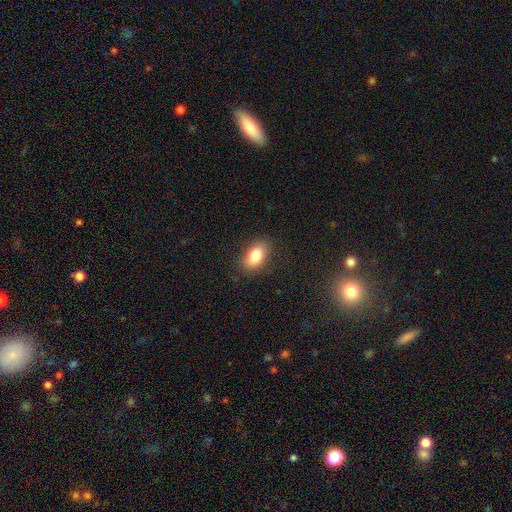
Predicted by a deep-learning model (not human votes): smooth-or-featured: smooth: 82% | featured or disk: 10% | star or artifact: 8%
  how-rounded: in between: 89% | round: 8% | cigar-shaped: 3%
  merging: none: 84% | minor disturbance: 11% | major disturbance: 3% | merger: 1%